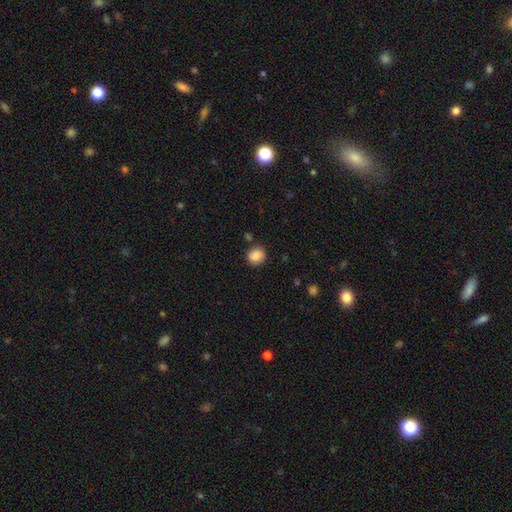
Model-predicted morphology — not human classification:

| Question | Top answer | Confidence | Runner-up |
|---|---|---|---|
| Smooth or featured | smooth | 88% | star or artifact (9%) |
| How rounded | round | 84% | in between (15%) |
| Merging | none | 82% | minor disturbance (11%) |